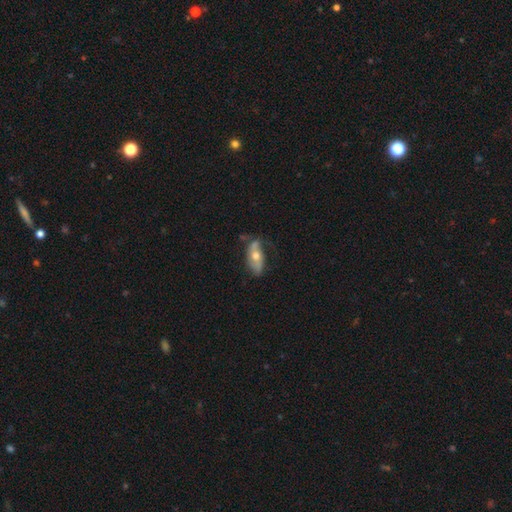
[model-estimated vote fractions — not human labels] Smooth or featured: smooth — 47% (featured or disk — 46%)
Merging: none — 46% (minor disturbance — 33%)